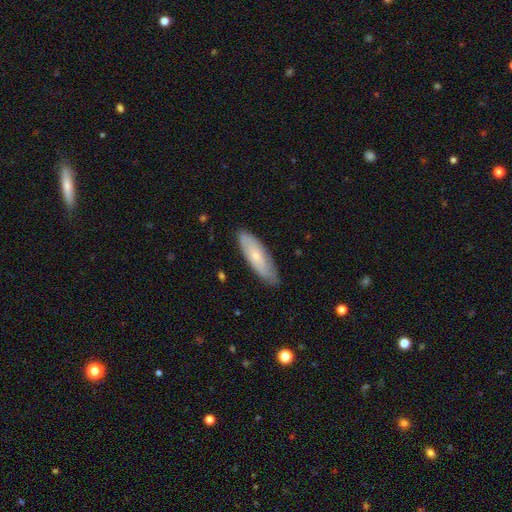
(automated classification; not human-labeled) smooth_or_featured: smooth (p=0.58) [alt: featured or disk p=0.36]
how_rounded: in between (p=0.53) [alt: cigar-shaped p=0.46]
merging: none (p=0.79) [alt: minor disturbance p=0.17]